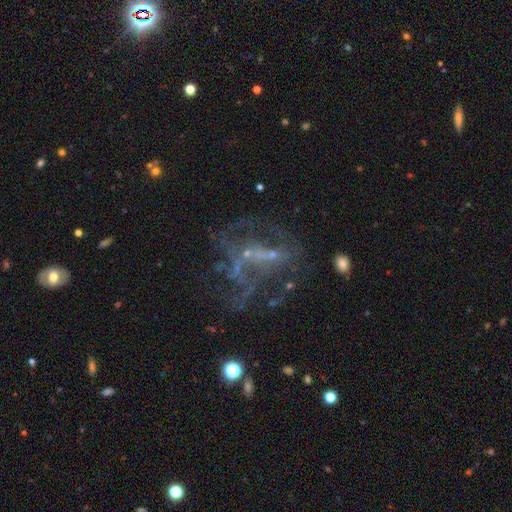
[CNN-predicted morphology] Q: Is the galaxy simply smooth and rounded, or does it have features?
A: featured or disk — 64%.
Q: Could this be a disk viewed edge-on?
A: no — 97%.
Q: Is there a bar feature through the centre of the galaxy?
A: no — 66%.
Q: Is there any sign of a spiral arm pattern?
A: no — 64%.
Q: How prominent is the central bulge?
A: none — 49%.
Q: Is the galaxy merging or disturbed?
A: none — 38%.